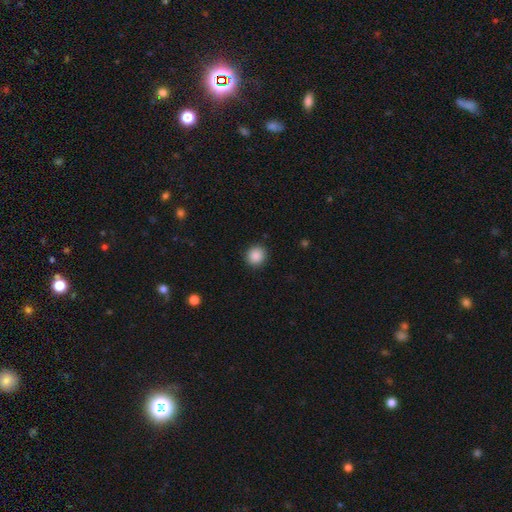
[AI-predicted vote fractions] This appears to be a smooth galaxy with no disk features (88%) that is round (89%). Merging: none (91%).